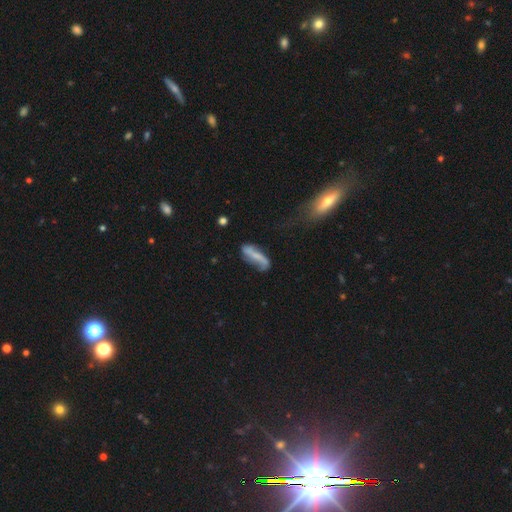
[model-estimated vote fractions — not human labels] This is possibly a featured or disk galaxy (59%). It is clearly not viewed edge-on (83%). Merging: possibly none (52%).